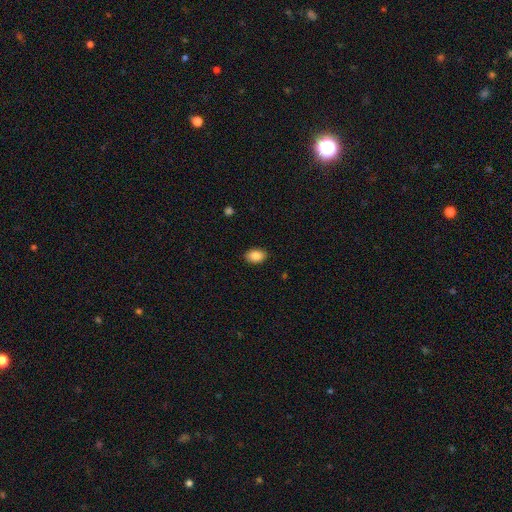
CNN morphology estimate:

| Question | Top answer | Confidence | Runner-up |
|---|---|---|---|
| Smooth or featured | smooth | 87% | star or artifact (8%) |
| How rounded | in between | 87% | round (11%) |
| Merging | none | 89% | minor disturbance (8%) |